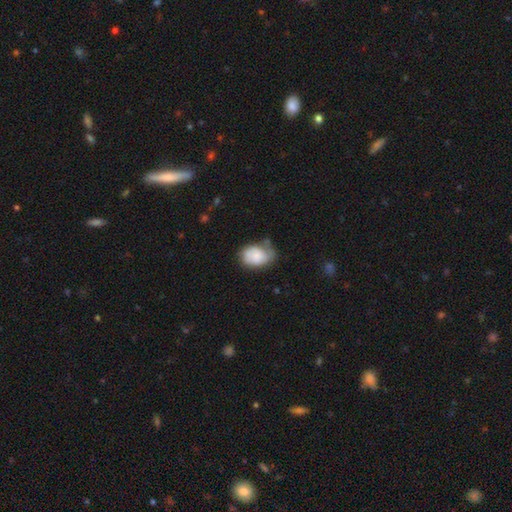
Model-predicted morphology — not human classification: Q: Smooth or featured?
A: smooth (66%); runner-up: featured or disk (26%)
Q: How rounded?
A: in between (78%); runner-up: round (21%)
Q: Merging?
A: none (41%); runner-up: minor disturbance (36%)